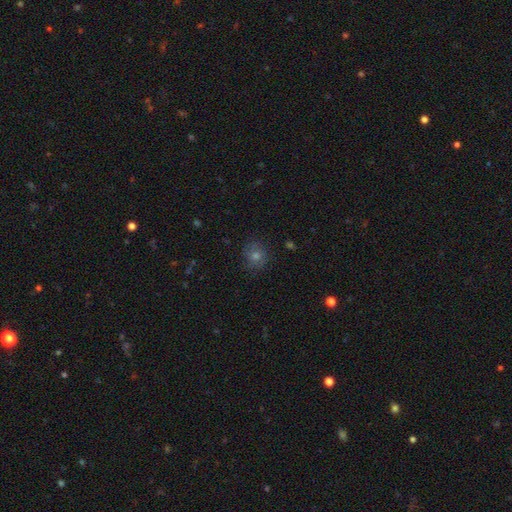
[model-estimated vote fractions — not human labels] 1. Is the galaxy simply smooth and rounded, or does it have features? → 54% smooth, 27% star or artifact, 19% featured or disk.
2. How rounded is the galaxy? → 85% round, 13% in between, 1% cigar-shaped.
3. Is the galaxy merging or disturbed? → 84% none, 11% minor disturbance, 4% major disturbance, 1% merger.